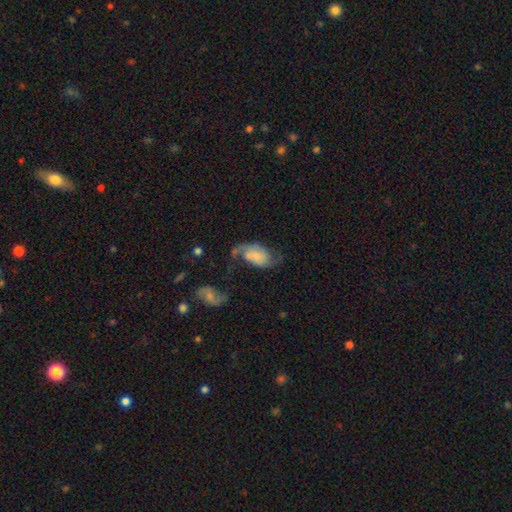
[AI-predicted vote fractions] Overall: featured or disk (59%; smooth 33%). Edge-on disk: no (96%). Bar: no (65%; weak 28%). Spiral arms: yes (86%). Bulge size: small (40%; none 31%). Merging: none (35%; major disturbance 27%).